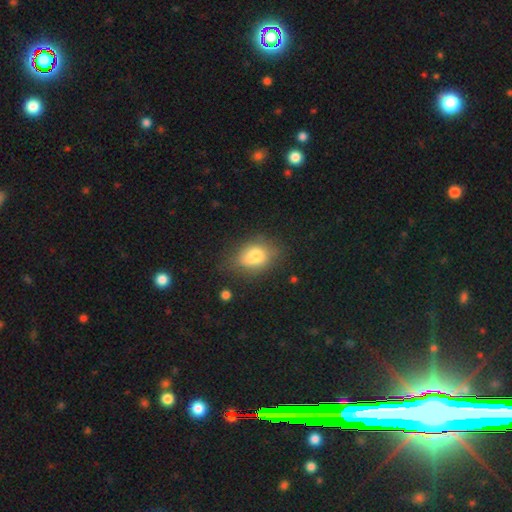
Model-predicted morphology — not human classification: smooth 75%, featured or disk 15%, star or artifact 10%. Down the decision tree: how rounded — in between (74%); merging — none (59%).